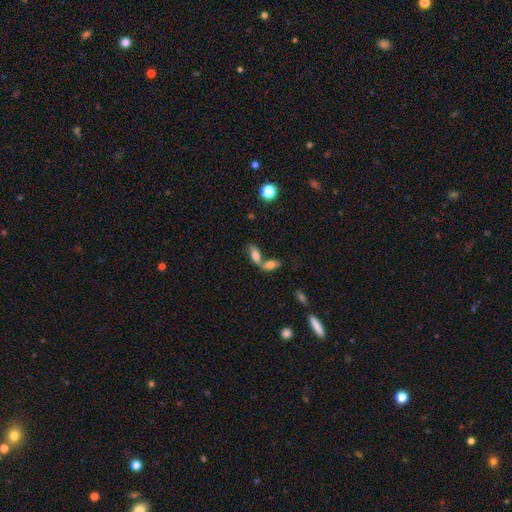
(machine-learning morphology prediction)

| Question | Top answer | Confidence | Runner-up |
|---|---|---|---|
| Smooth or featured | smooth | 67% | featured or disk (22%) |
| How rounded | in between | 77% | cigar-shaped (17%) |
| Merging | merger | 62% | none (25%) |